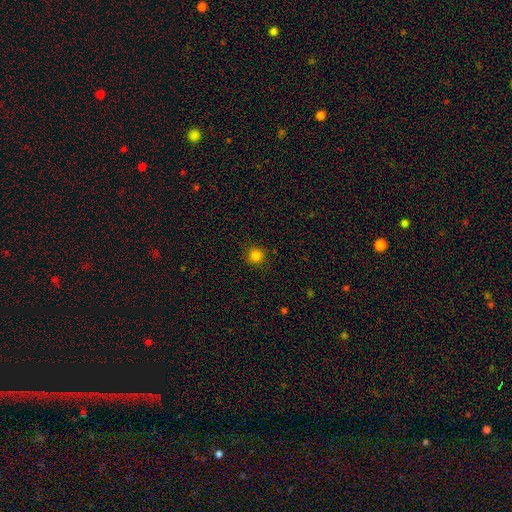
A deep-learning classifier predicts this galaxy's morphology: smooth 83%, star or artifact 13%, featured or disk 4%. Down the decision tree: how rounded — round (94%); merging — none (90%).